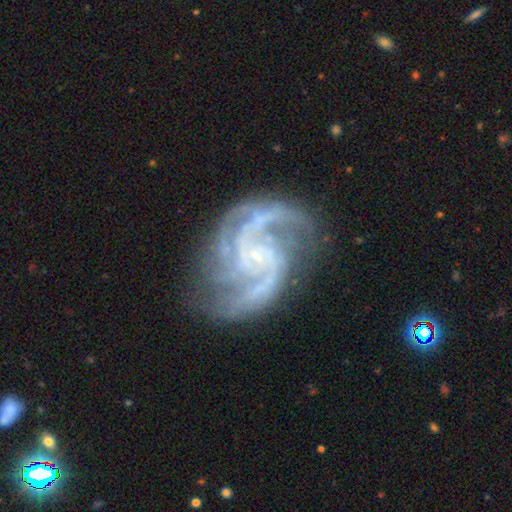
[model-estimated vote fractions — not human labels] featured or disk 92%, star or artifact 5%, smooth 3%. Down the decision tree: edge-on disk — no (98%); bar — no (62%); spiral arms — yes (98%); spiral arm count — 2 (36%); spiral winding — medium (56%); bulge size — small (84%); merging — none (67%).